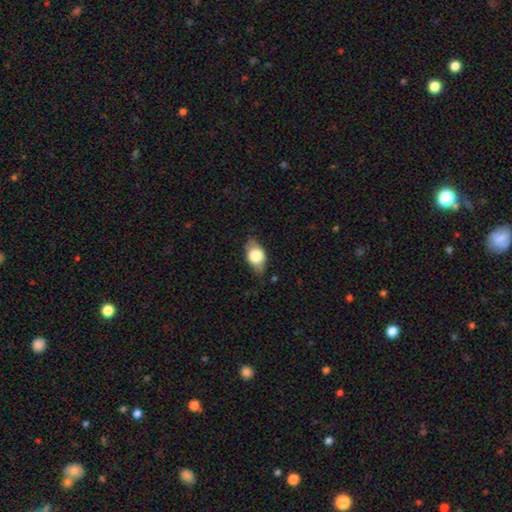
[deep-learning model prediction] A smooth galaxy with no disk features (68%) that is in between round and cigar-shaped (84%).

Vote fractions:
- Smooth or featured? smooth: 68% / featured or disk: 24% / star or artifact: 7%
- How rounded? in between: 84% / round: 13% / cigar-shaped: 3%
- Merging? none: 75% / minor disturbance: 19% / major disturbance: 4% / merger: 1%